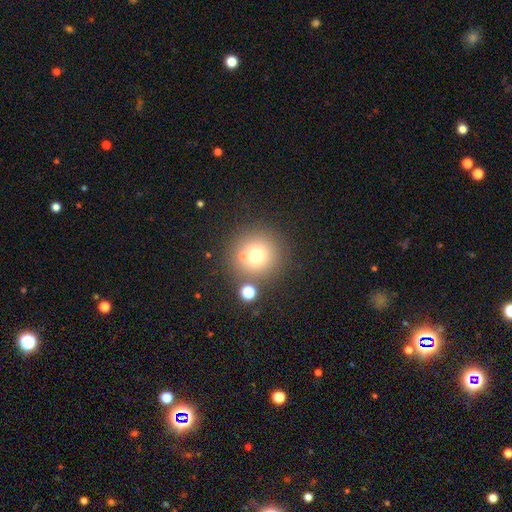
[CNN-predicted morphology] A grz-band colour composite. It shows a smooth galaxy with no disk features (69%) that is round (95%). Merging: none (77%).